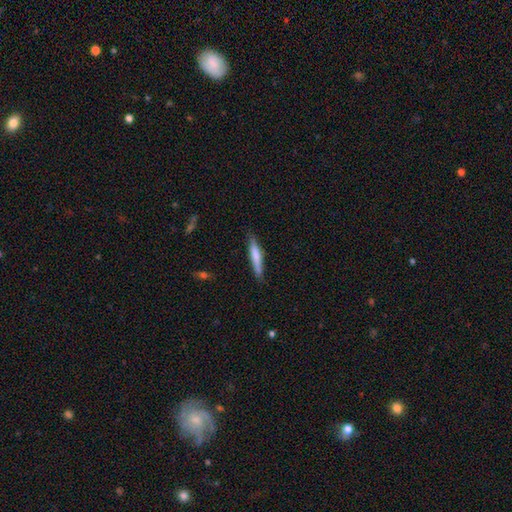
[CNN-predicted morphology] A smooth galaxy with no disk features (69%) that is cigar-shaped (91%). Merging: none (81%).